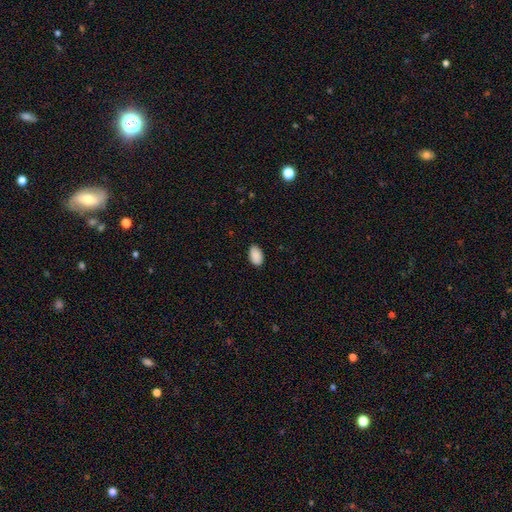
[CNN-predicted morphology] This appears to be a smooth galaxy with no disk features (91%) that is in between round and cigar-shaped (93%). Merging: none (86%).